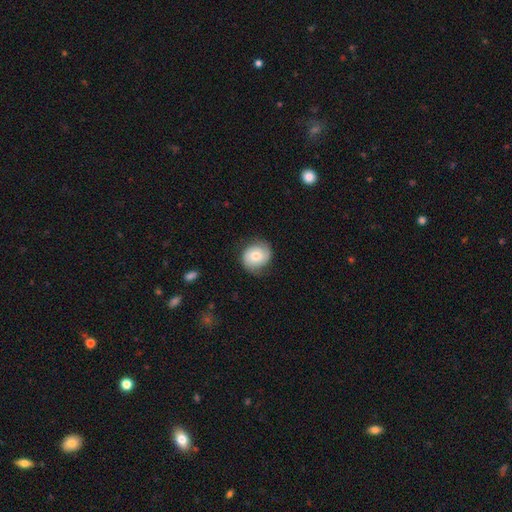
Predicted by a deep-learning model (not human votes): Smooth or featured? Predicted: smooth (p=0.56). How rounded? Predicted: round (p=0.74). Merging? Predicted: none (p=0.73).